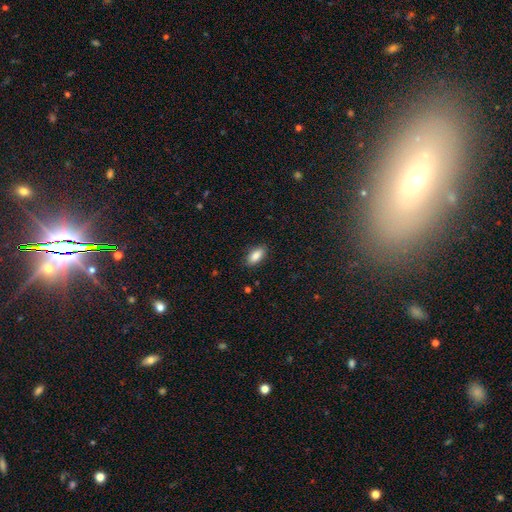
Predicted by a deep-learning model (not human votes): This appears to be a smooth galaxy with no disk features (87%) that is in between round and cigar-shaped (89%). Merging: none (87%).